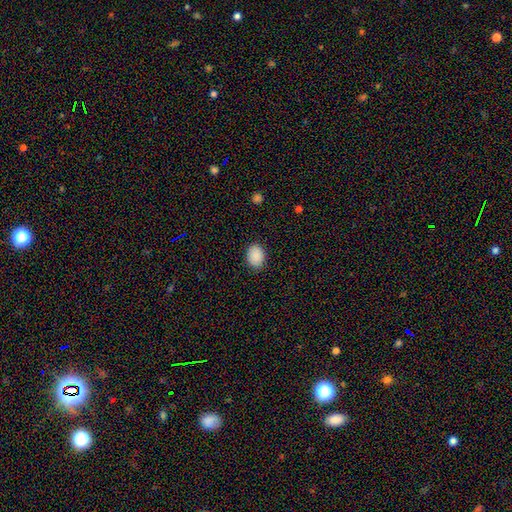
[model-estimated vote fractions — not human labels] This appears to be a smooth galaxy with no disk features (90%) that is in between round and cigar-shaped (68%). Merging: none (88%).